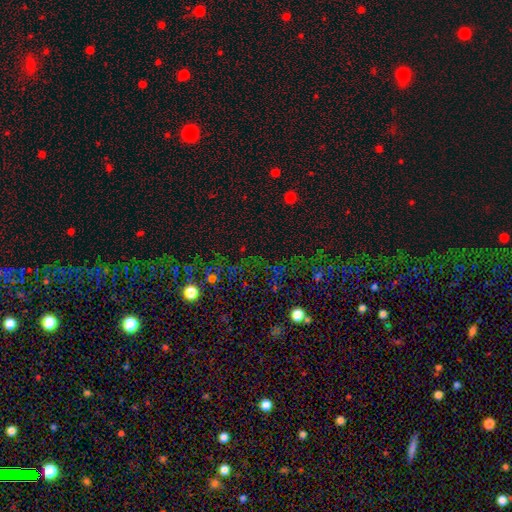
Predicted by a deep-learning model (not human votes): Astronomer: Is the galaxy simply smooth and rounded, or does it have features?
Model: star or artifact — 71%.